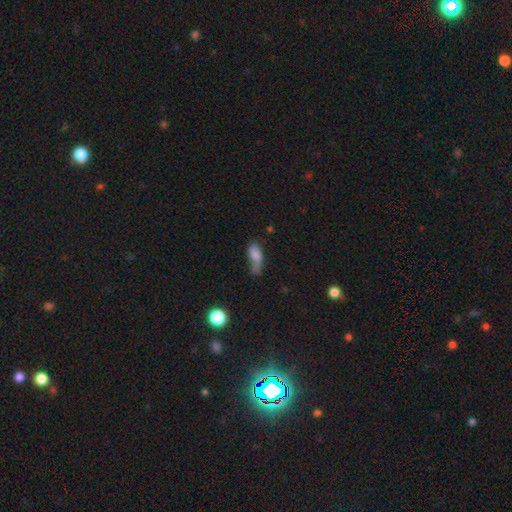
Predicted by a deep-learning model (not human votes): Smooth or featured?
  - smooth: 69% *
  - featured or disk: 21%
  - star or artifact: 10%
How rounded?
  - in between: 78% *
  - cigar-shaped: 16%
  - round: 6%
Merging?
  - minor disturbance: 33% *
  - none: 31%
  - major disturbance: 26%
  - merger: 10%